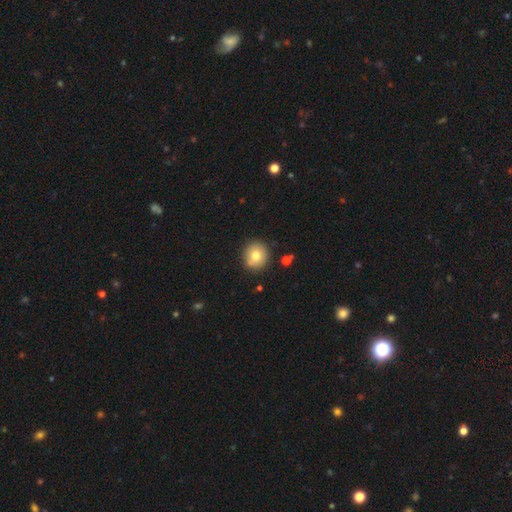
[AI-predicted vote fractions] This appears to be a smooth galaxy with no disk features (78%) that is round (88%). Merging: none (83%).